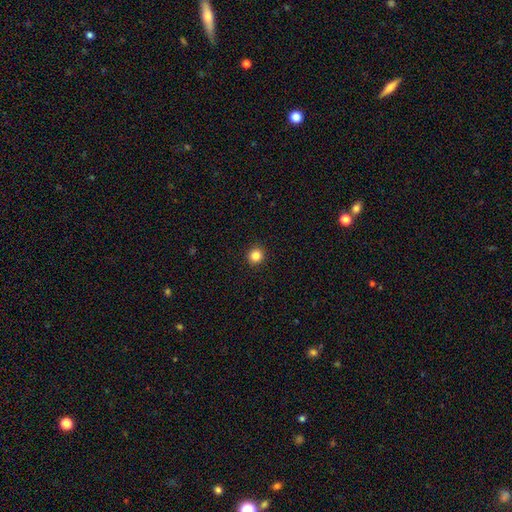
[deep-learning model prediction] Q: Smooth or featured?
A: smooth (85%); runner-up: star or artifact (11%)
Q: How rounded?
A: round (93%); runner-up: in between (7%)
Q: Merging?
A: none (93%); runner-up: minor disturbance (4%)